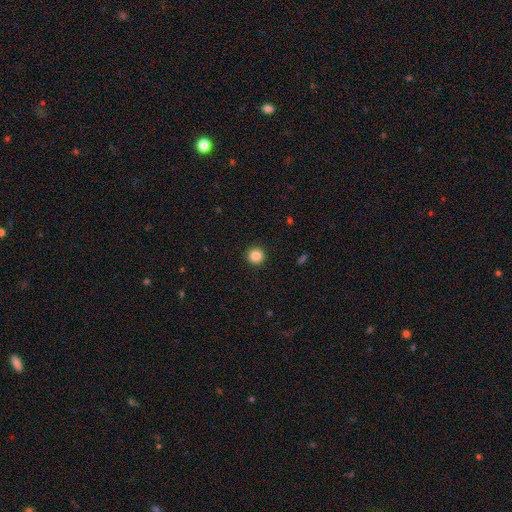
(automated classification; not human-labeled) Morphology: type=smooth (86%); roundness=round (93%); merging=none (92%).